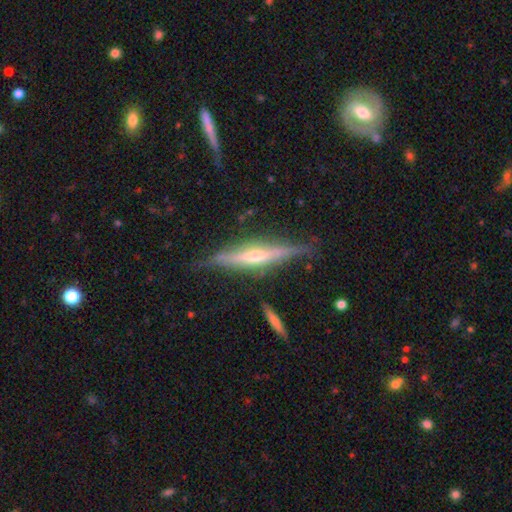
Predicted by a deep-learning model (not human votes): This is likely a featured or disk galaxy (75%). It is clearly viewed edge-on (95%). Edge-on bulge: likely rounded (73%). Merging: likely none (80%).